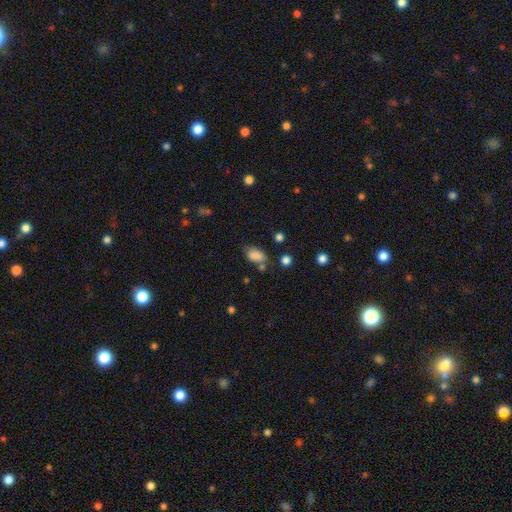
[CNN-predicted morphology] A smooth galaxy with no disk features (84%) that is in between round and cigar-shaped (88%).

Vote fractions:
- Smooth or featured? smooth: 84% / star or artifact: 10% / featured or disk: 6%
- How rounded? in between: 88% / round: 10% / cigar-shaped: 2%
- Merging? none: 58% / minor disturbance: 23% / merger: 11% / major disturbance: 8%